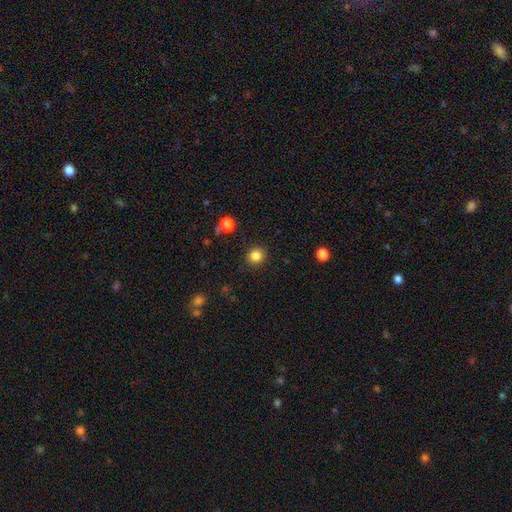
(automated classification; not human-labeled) Overall: smooth (84%). How rounded: round (89%). Merging: none (90%).